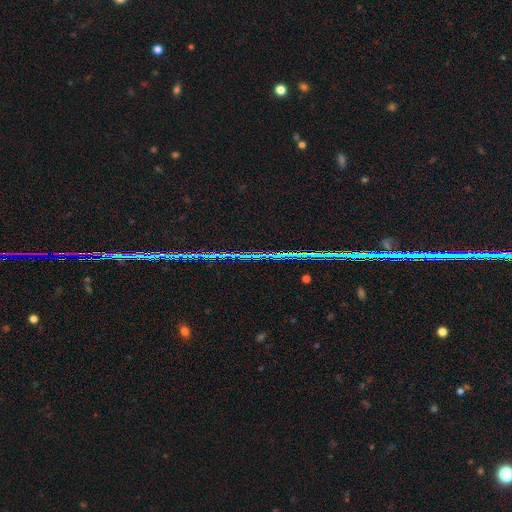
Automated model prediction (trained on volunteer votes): Overall: star or artifact (85%).